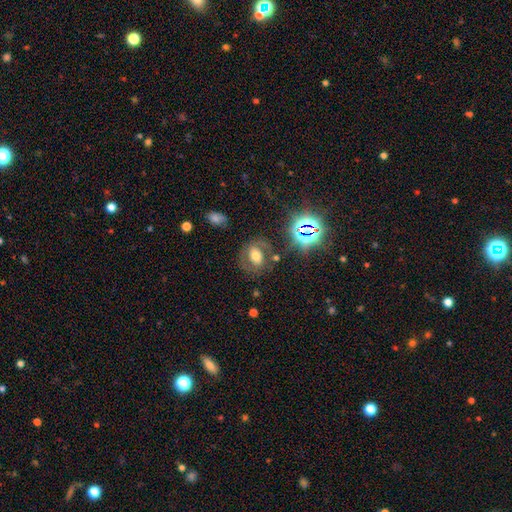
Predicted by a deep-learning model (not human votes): This appears to be a featured or disk galaxy (43%). Merging: none (69%).